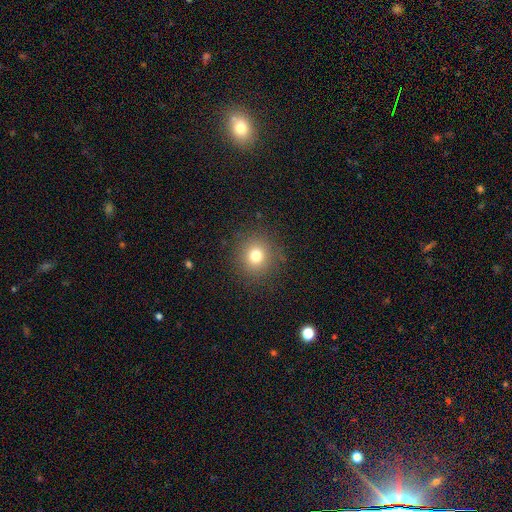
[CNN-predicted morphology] Smooth or featured?
  - smooth: 76% *
  - star or artifact: 15%
  - featured or disk: 9%
How rounded?
  - round: 91% *
  - in between: 8%
  - cigar-shaped: 1%
Merging?
  - none: 89% *
  - minor disturbance: 7%
  - major disturbance: 3%
  - merger: 1%